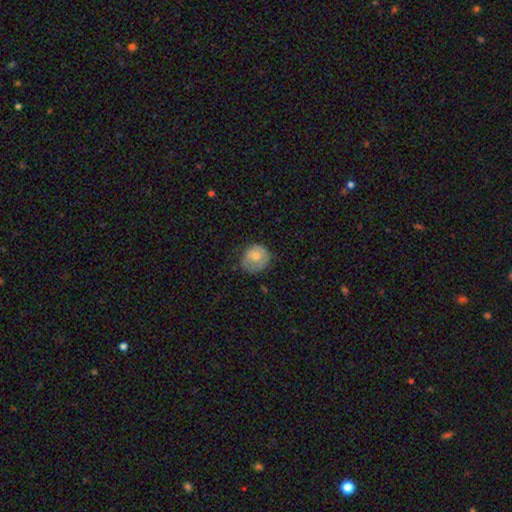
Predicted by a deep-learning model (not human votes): smooth 66%, featured or disk 26%, star or artifact 8%. Down the decision tree: how rounded — round (76%); merging — none (60%).